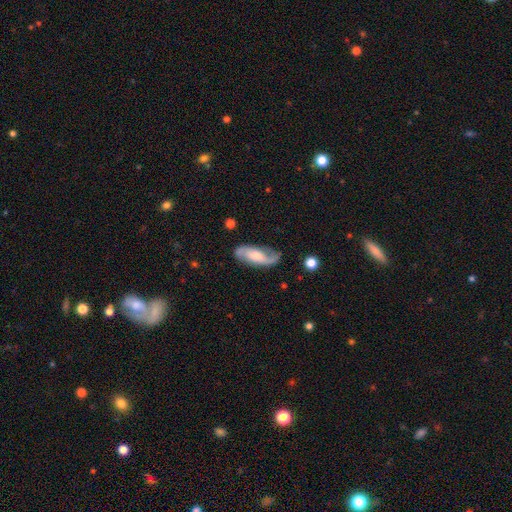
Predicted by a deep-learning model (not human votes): This appears to be a featured or disk galaxy (74%) with no bar (48%), 2 (88%) loose (47%) spiral arms (94%) and a moderate central bulge (34%). Merging: none (74%).